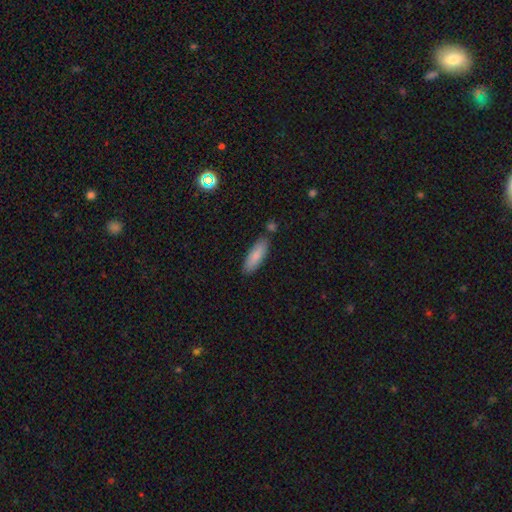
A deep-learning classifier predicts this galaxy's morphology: smooth-or-featured: smooth: 84% | featured or disk: 10% | star or artifact: 6%
  how-rounded: in between: 54% | cigar-shaped: 45% | round: 2%
  merging: none: 80% | minor disturbance: 12% | merger: 6% | major disturbance: 2%